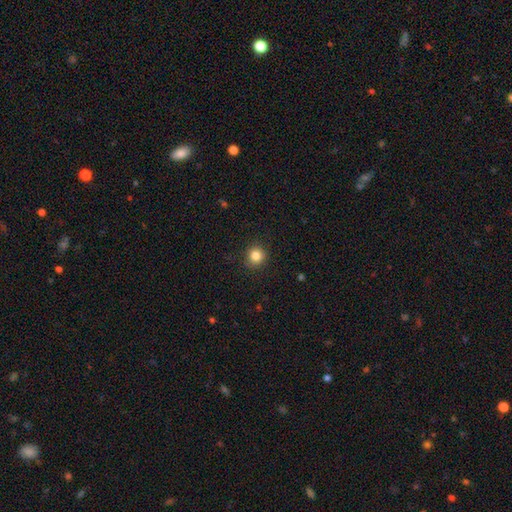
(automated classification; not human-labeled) Smooth or featured: smooth — 84% (star or artifact — 11%)
How rounded: round — 91% (in between — 8%)
Merging: none — 90% (minor disturbance — 7%)